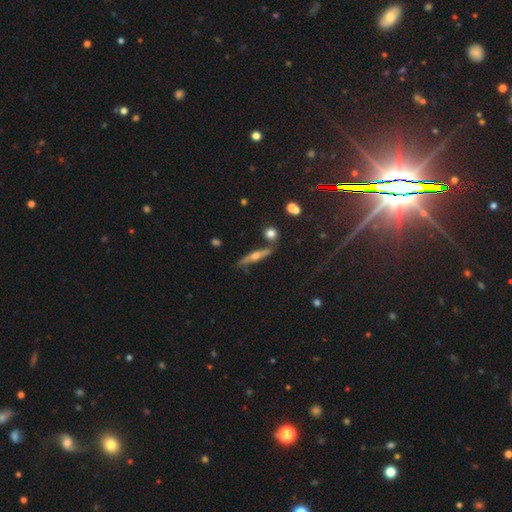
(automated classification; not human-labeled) Morphology: type=featured or disk (61%); edge-on=yes (91%); edge-on bulge=rounded (89%); merging=none (77%).